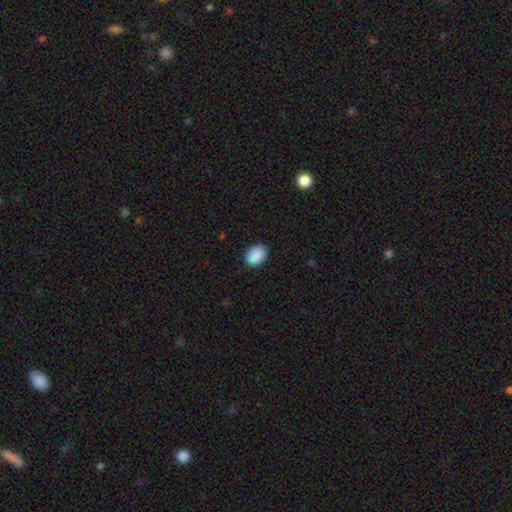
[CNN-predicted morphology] Smooth or featured? smooth (90%)
How rounded? in between (74%)
Merging? none (87%)